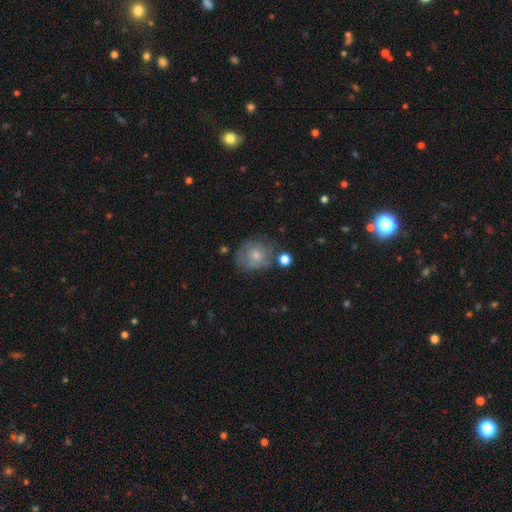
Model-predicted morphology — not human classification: Smooth or featured? smooth (59%)
How rounded? round (70%)
Merging? none (53%)